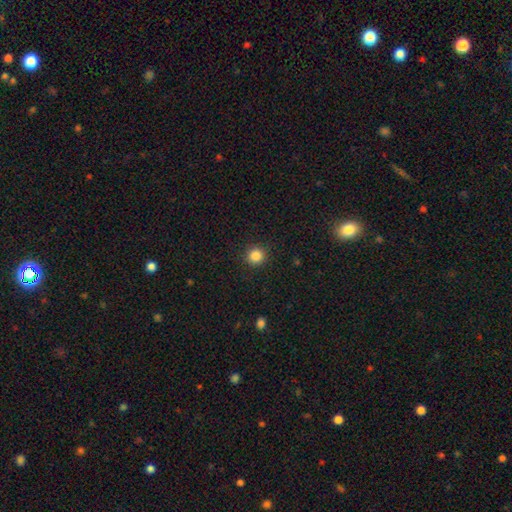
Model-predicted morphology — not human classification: Smooth or featured: smooth — 85% (star or artifact — 11%)
How rounded: round — 94% (in between — 5%)
Merging: none — 91% (minor disturbance — 6%)